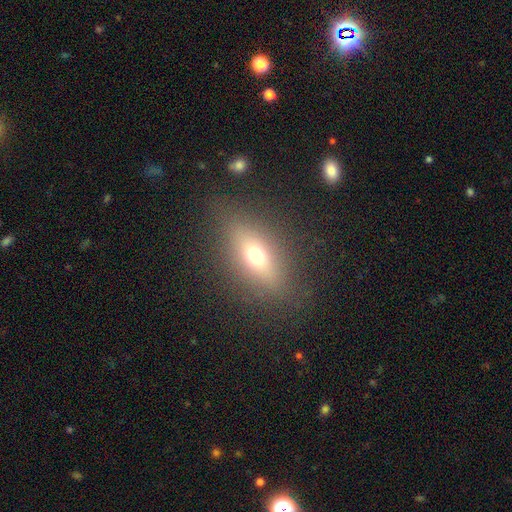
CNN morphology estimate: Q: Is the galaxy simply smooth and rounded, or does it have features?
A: smooth — 57%.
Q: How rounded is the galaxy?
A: in between — 65%.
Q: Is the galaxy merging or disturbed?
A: none — 81%.